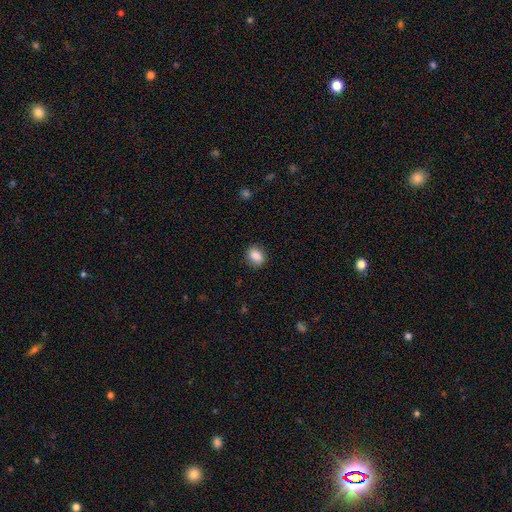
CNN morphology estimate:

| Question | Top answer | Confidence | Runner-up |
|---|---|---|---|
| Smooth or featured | smooth | 87% | star or artifact (8%) |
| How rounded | in between | 50% | round (48%) |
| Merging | none | 86% | minor disturbance (10%) |